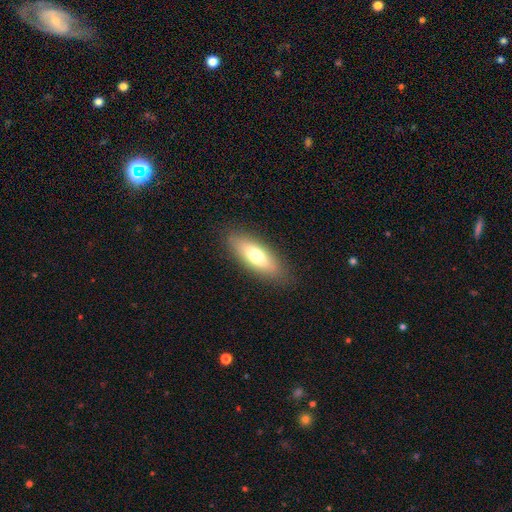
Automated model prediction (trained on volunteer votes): A smooth galaxy with no disk features (71%) that is in between round and cigar-shaped (65%). Merging: none (85%).